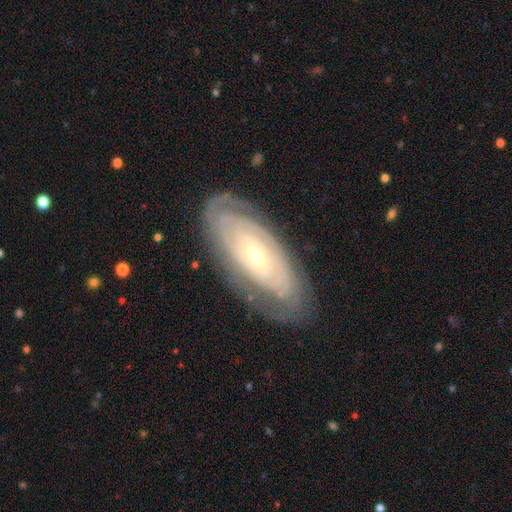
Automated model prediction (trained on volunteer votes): Smooth or featured?
  - featured or disk: 82% *
  - smooth: 13%
  - star or artifact: 5%
Edge-on disk?
  - no: 89% *
  - yes: 11%
Bar?
  - no: 69% *
  - weak: 21%
  - strong: 10%
Spiral arms?
  - yes: 83% *
  - no: 17%
Spiral winding?
  - tight: 84% *
  - medium: 12%
  - loose: 4%
Spiral arm count?
  - can't tell: 58% *
  - 2: 16%
  - 3: 8%
  - 4: 7%
  - more than 4: 6%
  - 1: 5%
Bulge size?
  - small: 65% *
  - moderate: 31%
  - large: 2%
  - dominant: 1%
  - none: 1%
Merging?
  - none: 80% *
  - minor disturbance: 14%
  - major disturbance: 5%
  - merger: 1%